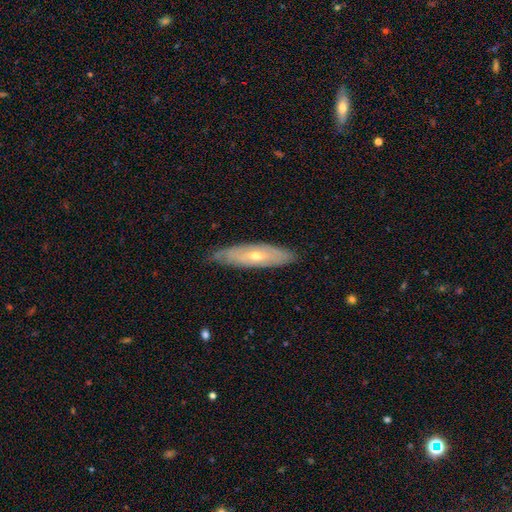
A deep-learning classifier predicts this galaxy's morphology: type=featured or disk (61%); edge-on=no (61%); merging=none (77%).